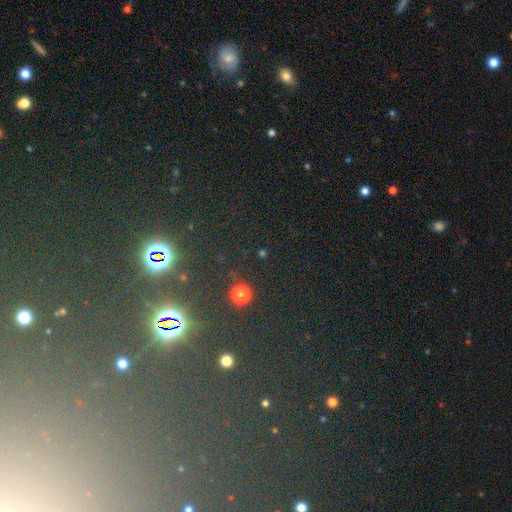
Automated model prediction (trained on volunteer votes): smooth_or_featured: star or artifact (p=0.73) [alt: smooth p=0.17]